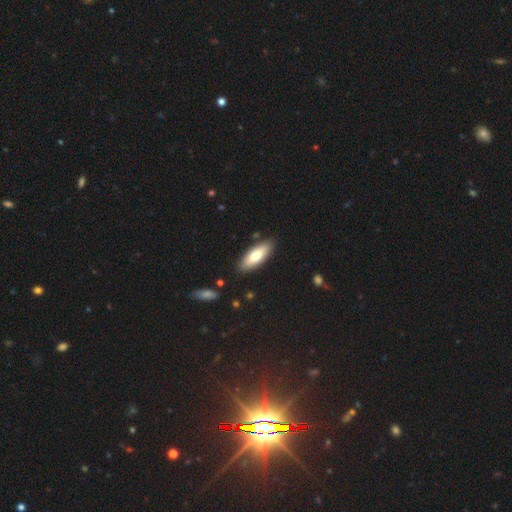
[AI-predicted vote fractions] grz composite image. It shows a smooth galaxy with no disk features (74%) that is in between round and cigar-shaped (68%). Merging: none (87%).